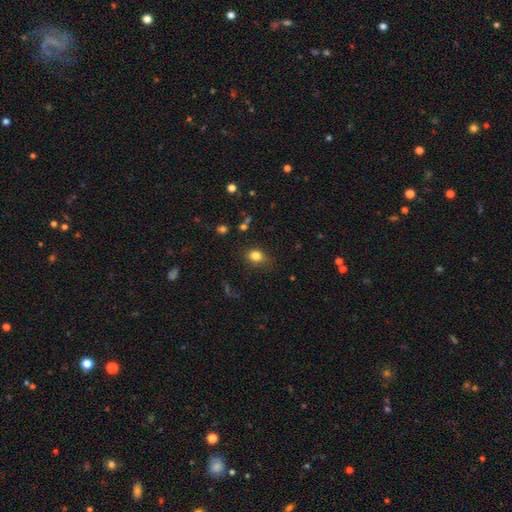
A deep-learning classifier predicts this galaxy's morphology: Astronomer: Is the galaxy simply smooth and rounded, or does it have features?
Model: smooth — 82%.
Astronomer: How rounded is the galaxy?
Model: in between — 51% (runner-up: round, 48%).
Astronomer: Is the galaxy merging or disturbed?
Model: none — 76%.